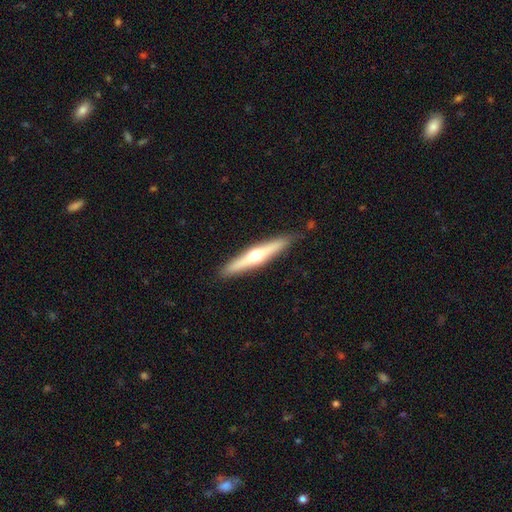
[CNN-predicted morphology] featured or disk 60%, smooth 35%, star or artifact 5%. Down the decision tree: edge-on disk — yes (96%); edge-on bulge — rounded (91%); merging — none (88%).